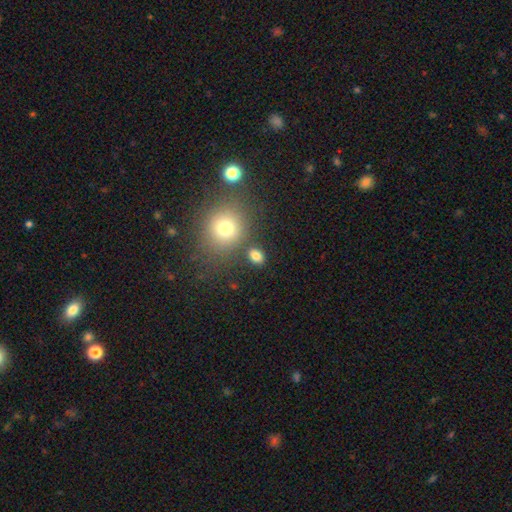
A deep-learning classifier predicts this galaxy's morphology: Smooth or featured?
  - smooth: 81% *
  - star or artifact: 13%
  - featured or disk: 7%
How rounded?
  - in between: 66% *
  - round: 33%
  - cigar-shaped: 2%
Merging?
  - none: 78% *
  - minor disturbance: 10%
  - merger: 9%
  - major disturbance: 4%